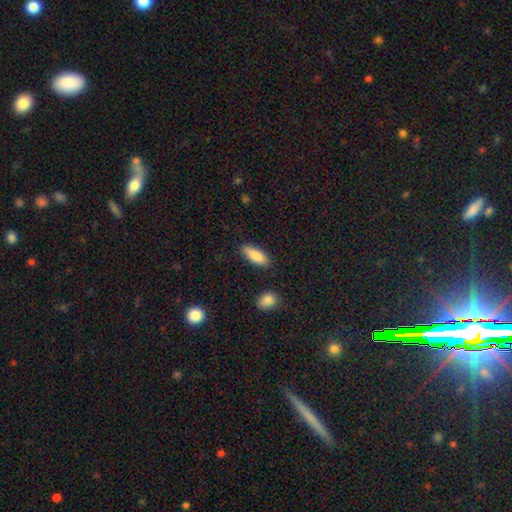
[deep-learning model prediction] This is clearly a smooth galaxy (85%). How rounded: likely in between (68%). Merging: clearly none (84%).